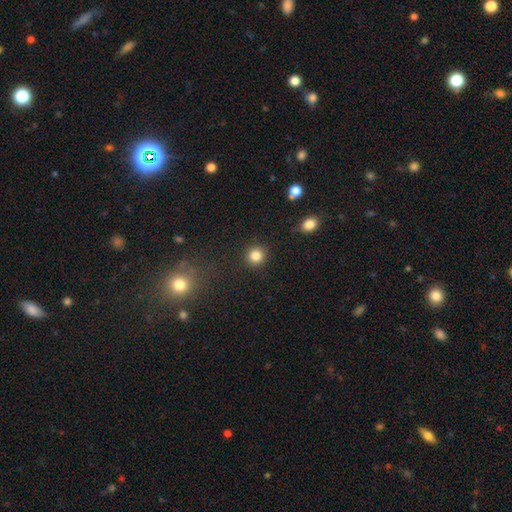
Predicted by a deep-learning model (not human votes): This is clearly a smooth galaxy (84%). How rounded: clearly round (92%). Merging: clearly none (90%).